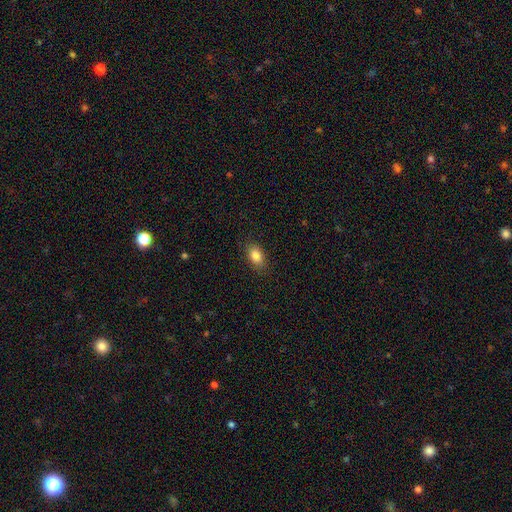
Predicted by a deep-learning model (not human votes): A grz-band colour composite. It shows a smooth galaxy with no disk features (84%) that is in between round and cigar-shaped (87%). Merging: none (86%).